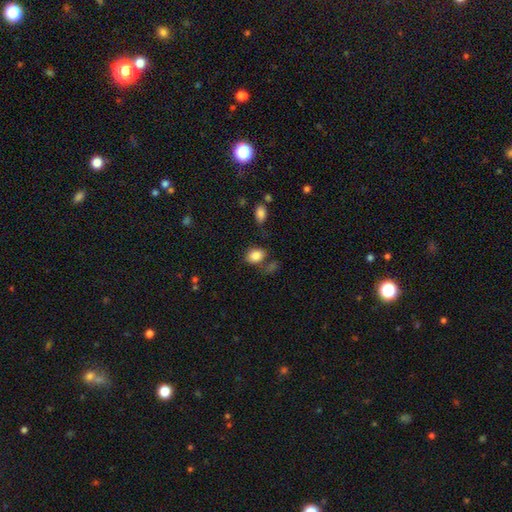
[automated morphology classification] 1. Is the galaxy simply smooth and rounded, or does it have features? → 85% smooth, 9% star or artifact, 6% featured or disk.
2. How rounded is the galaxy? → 72% in between, 27% round, 1% cigar-shaped.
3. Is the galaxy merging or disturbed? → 64% none, 17% minor disturbance, 12% merger, 7% major disturbance.